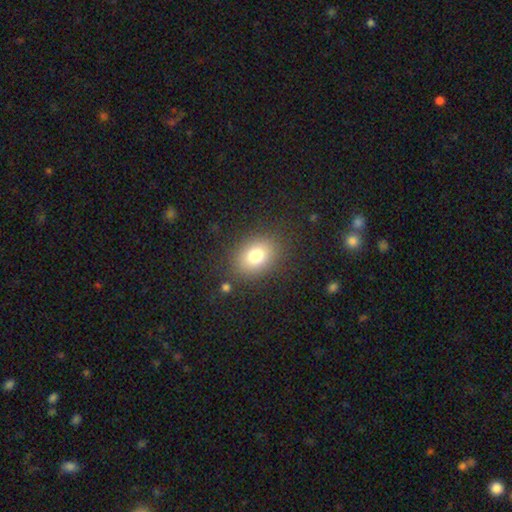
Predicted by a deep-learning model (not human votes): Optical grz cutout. It shows a smooth galaxy with no disk features (78%) that is in between round and cigar-shaped (61%). Merging: none (84%).